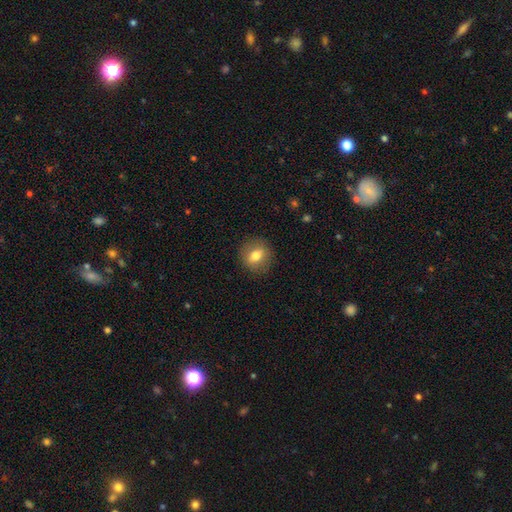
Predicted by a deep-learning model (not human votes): smooth 70%, featured or disk 21%, star or artifact 9%. Down the decision tree: how rounded — round (71%); merging — none (88%).